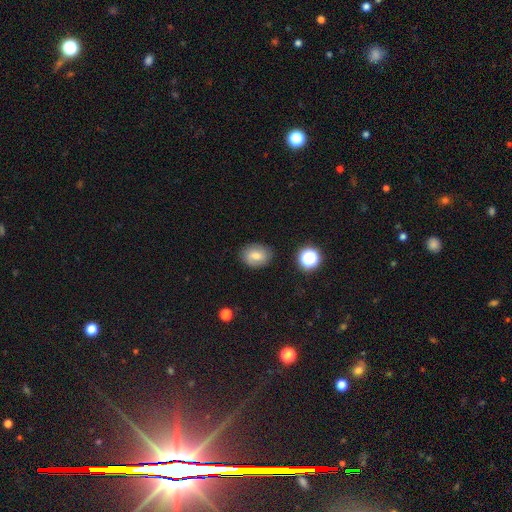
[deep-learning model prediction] Smooth or featured? Predicted: smooth (p=0.71). How rounded? Predicted: in between (p=0.60). Merging? Predicted: none (p=0.82).